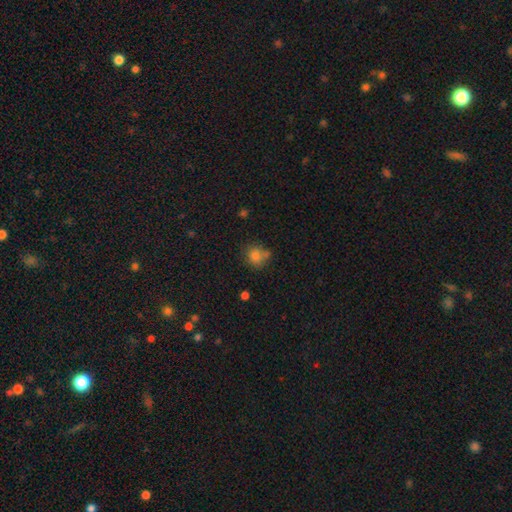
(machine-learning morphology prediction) Smooth or featured? Predicted: smooth (p=0.80). How rounded? Predicted: round (p=0.82). Merging? Predicted: none (p=0.61).